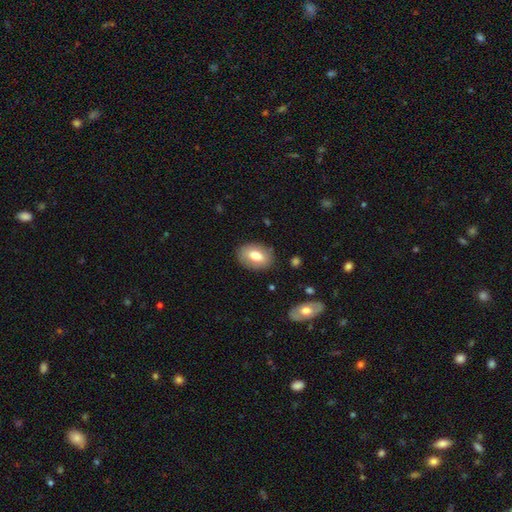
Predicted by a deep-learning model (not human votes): smooth 71%, featured or disk 22%, star or artifact 7%. Down the decision tree: how rounded — in between (82%); merging — none (84%).